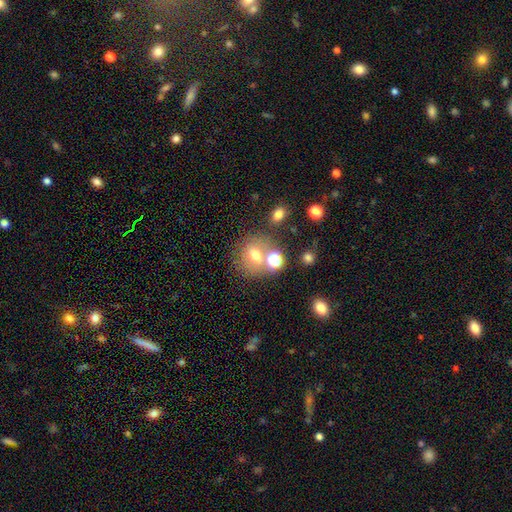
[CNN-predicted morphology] This is likely a smooth galaxy (65%). How rounded: likely round (65%). Merging: possibly none (53%).